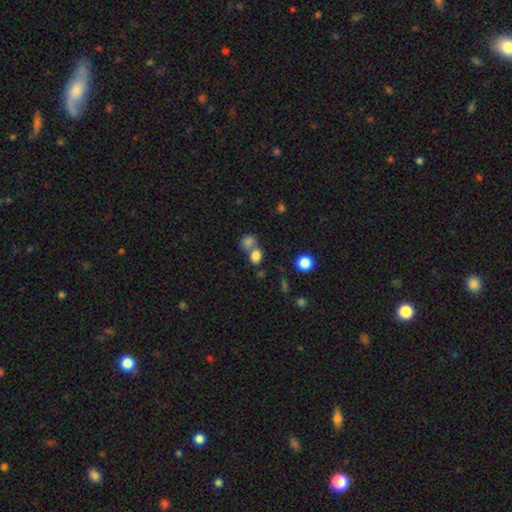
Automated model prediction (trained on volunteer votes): Smooth or featured? Predicted: smooth (p=0.81). How rounded? Predicted: in between (p=0.58). Merging? Predicted: merger (p=0.47).